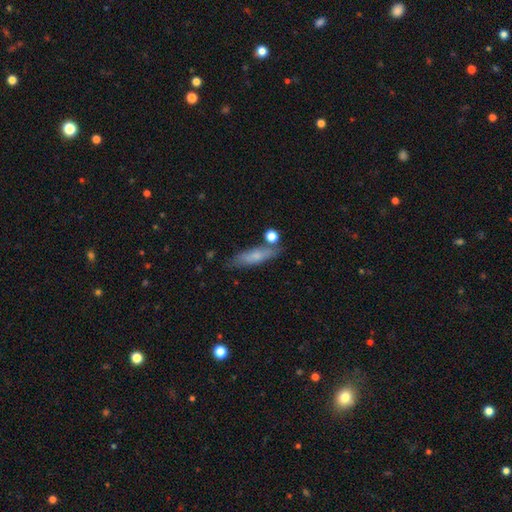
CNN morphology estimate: Smooth or featured?
  - smooth: 67% *
  - featured or disk: 25%
  - star or artifact: 8%
How rounded?
  - cigar-shaped: 68% *
  - in between: 29%
  - round: 3%
Merging?
  - none: 69% *
  - minor disturbance: 17%
  - merger: 9%
  - major disturbance: 5%